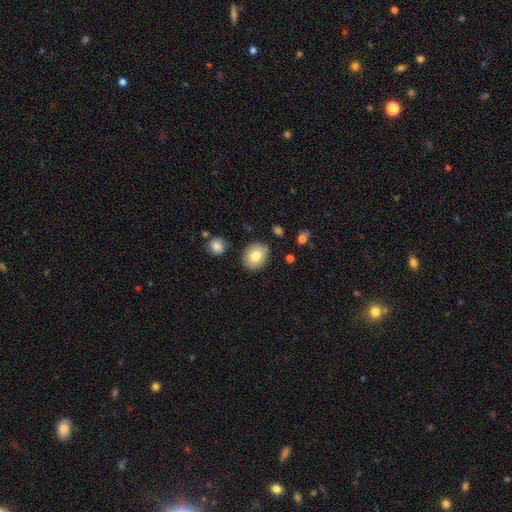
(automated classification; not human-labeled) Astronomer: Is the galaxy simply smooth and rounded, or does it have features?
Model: smooth — 79%.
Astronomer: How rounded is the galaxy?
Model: round — 52% (runner-up: in between, 47%).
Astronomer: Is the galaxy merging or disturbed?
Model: none — 84%.